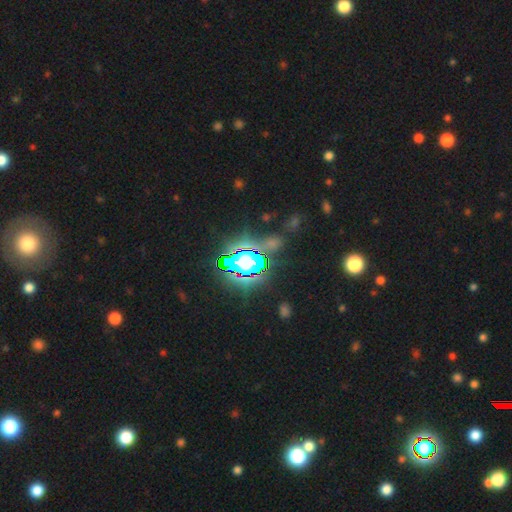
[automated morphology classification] Smooth or featured?
  - star or artifact: 83% *
  - smooth: 10%
  - featured or disk: 7%